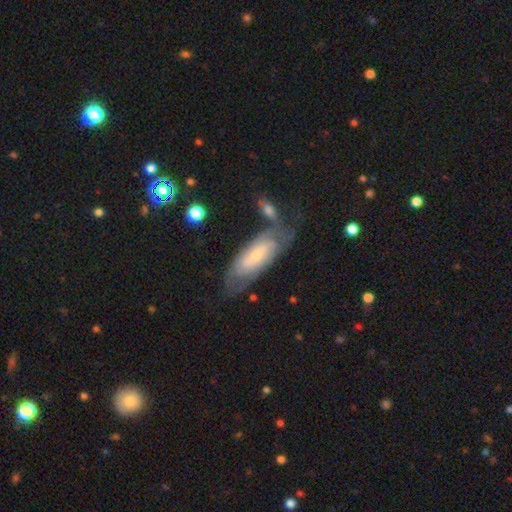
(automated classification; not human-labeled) A featured or disk galaxy (53%).

Vote fractions:
- Smooth or featured? featured or disk: 53% / smooth: 40% / star or artifact: 7%
- Edge-on disk? no: 84% / yes: 16%
- Merging? none: 52% / minor disturbance: 23% / major disturbance: 13% / merger: 12%